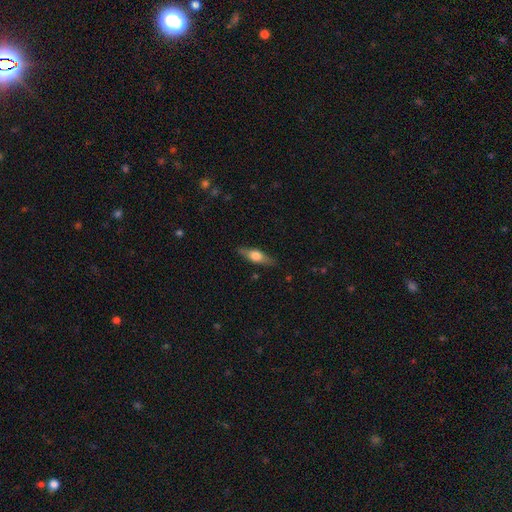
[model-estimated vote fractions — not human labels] A featured or disk galaxy (49%).

Vote fractions:
- Smooth or featured? featured or disk: 49% / smooth: 45% / star or artifact: 6%
- Merging? none: 84% / minor disturbance: 12% / major disturbance: 3% / merger: 1%